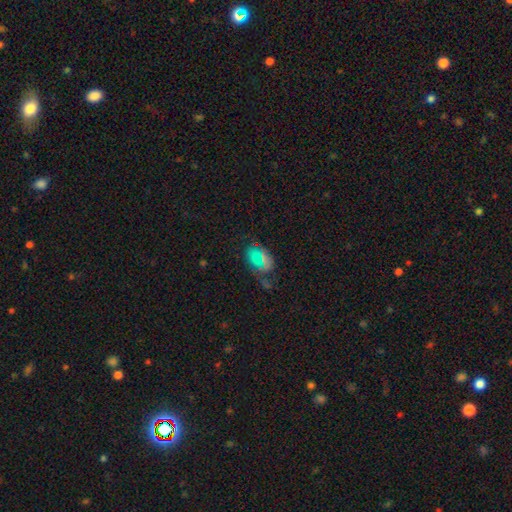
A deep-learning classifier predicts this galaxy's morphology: The model was most divided on "smooth or featured": smooth: 48%, star or artifact: 35%, featured or disk: 16%. More confident: merging — none (58%).